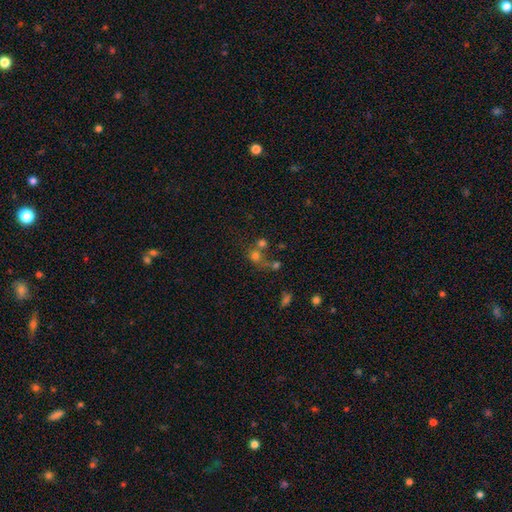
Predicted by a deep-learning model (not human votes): smooth_or_featured: smooth (p=0.63) [alt: star or artifact p=0.22]
how_rounded: round (p=0.84) [alt: in between p=0.15]
merging: merger (p=0.43) [alt: none p=0.42]